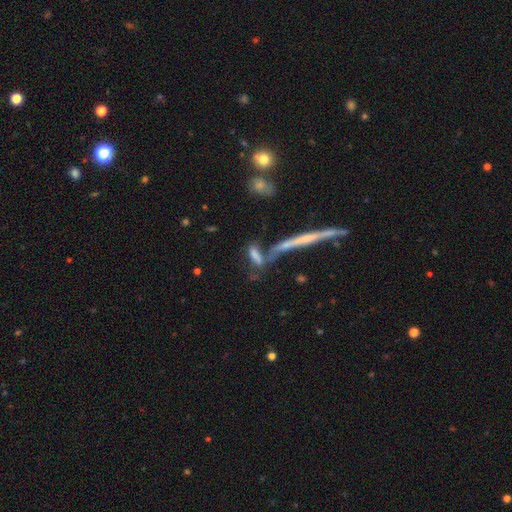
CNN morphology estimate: Q: Smooth or featured?
A: smooth (63%); runner-up: featured or disk (25%)
Q: How rounded?
A: cigar-shaped (58%); runner-up: in between (38%)
Q: Merging?
A: merger (41%); runner-up: none (35%)